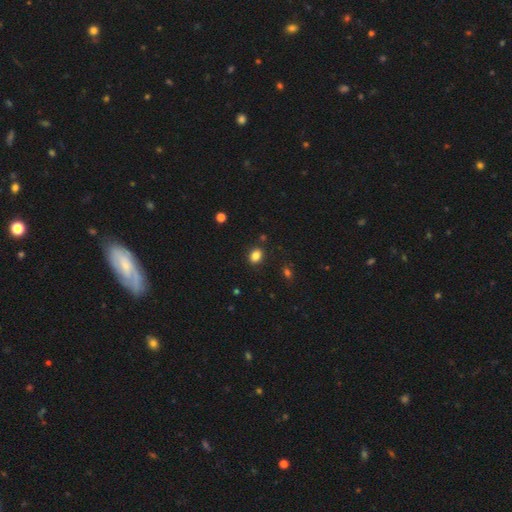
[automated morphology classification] The model was most divided on "how rounded": in between: 61%, round: 38%, cigar-shaped: 1%. More confident: merging — none (87%); smooth or featured — smooth (84%).